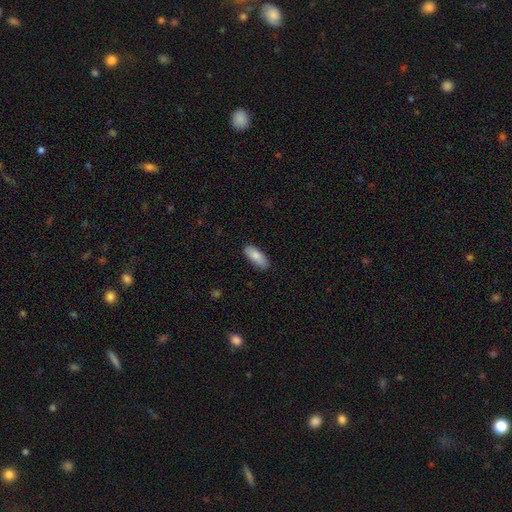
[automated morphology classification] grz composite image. It shows a smooth galaxy with no disk features (85%) that is in between round and cigar-shaped (77%). Merging: none (85%).